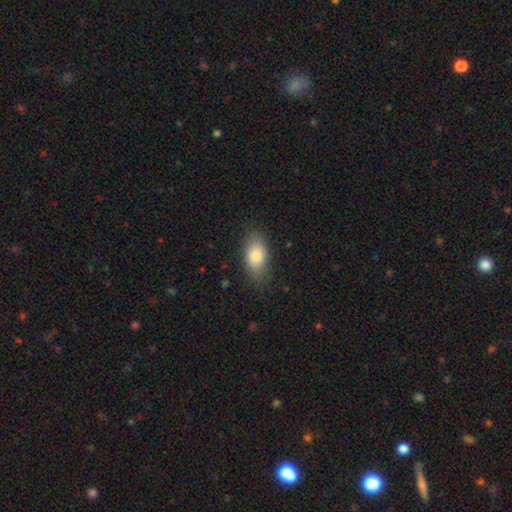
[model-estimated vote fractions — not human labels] Smooth or featured: smooth — 82% (featured or disk — 11%)
How rounded: in between — 89% (round — 6%)
Merging: none — 79% (minor disturbance — 16%)